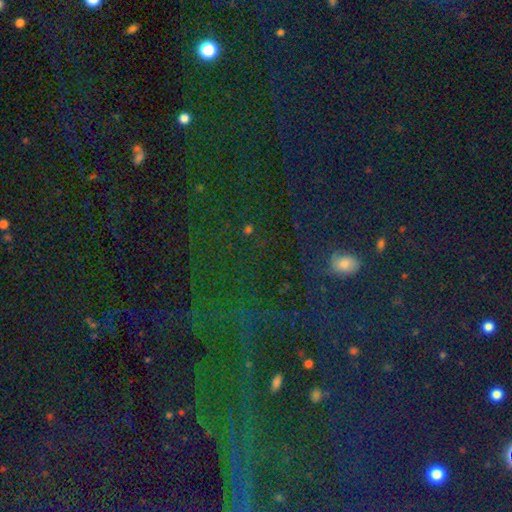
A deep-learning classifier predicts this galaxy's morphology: A star or artifact, not a galaxy (77%).

Vote fractions:
- Smooth or featured? star or artifact: 77% / smooth: 15% / featured or disk: 8%